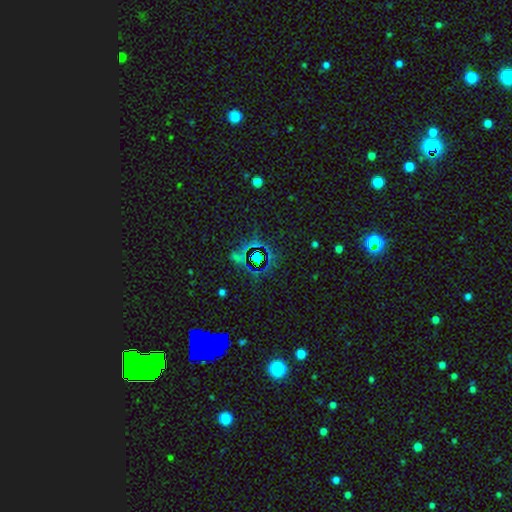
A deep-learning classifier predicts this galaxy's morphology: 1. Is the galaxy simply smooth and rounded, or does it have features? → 71% star or artifact, 18% smooth, 11% featured or disk.